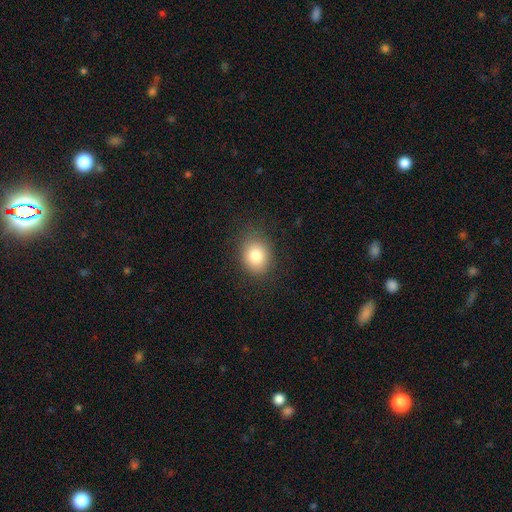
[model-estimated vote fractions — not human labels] Q: Smooth or featured?
A: smooth (82%); runner-up: star or artifact (10%)
Q: How rounded?
A: round (62%); runner-up: in between (37%)
Q: Merging?
A: none (85%); runner-up: minor disturbance (11%)